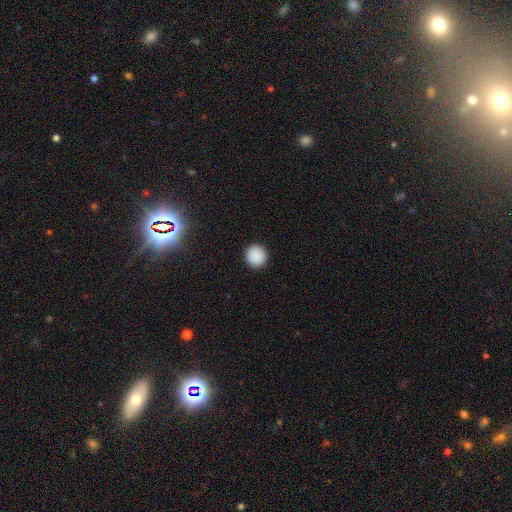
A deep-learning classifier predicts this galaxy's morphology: A smooth galaxy with no disk features (89%) that is round (94%). Merging: none (93%).